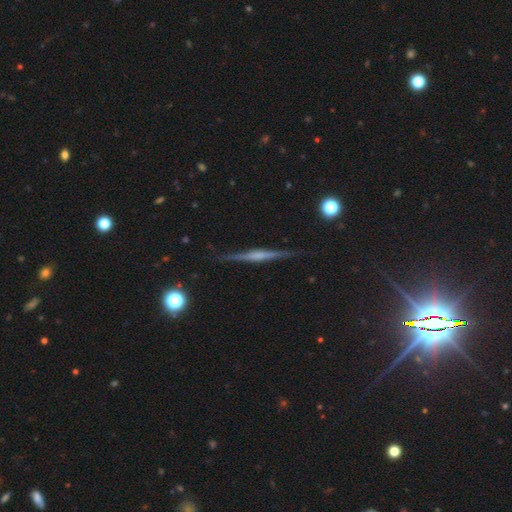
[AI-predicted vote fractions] Morphology: type=featured or disk (77%); edge-on=yes (98%); edge-on bulge=rounded (57%); merging=none (90%).